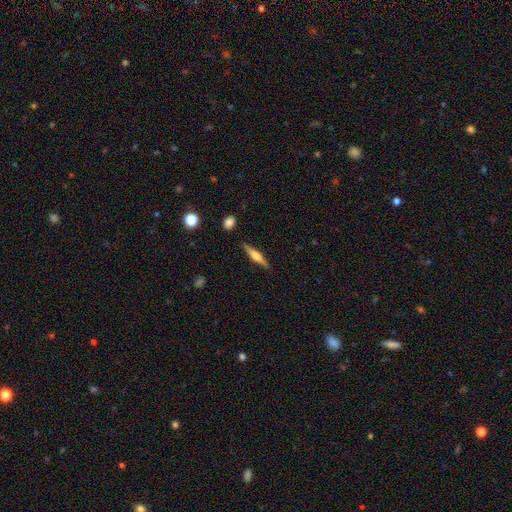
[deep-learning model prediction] Overall: featured or disk (61%; smooth 32%). Edge-on disk: yes (97%). Edge-on bulge: rounded (85%). Merging: none (88%).